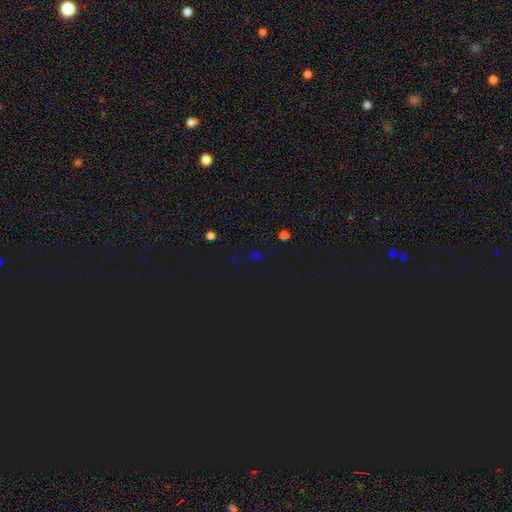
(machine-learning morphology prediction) A star or artifact, not a galaxy (59%).